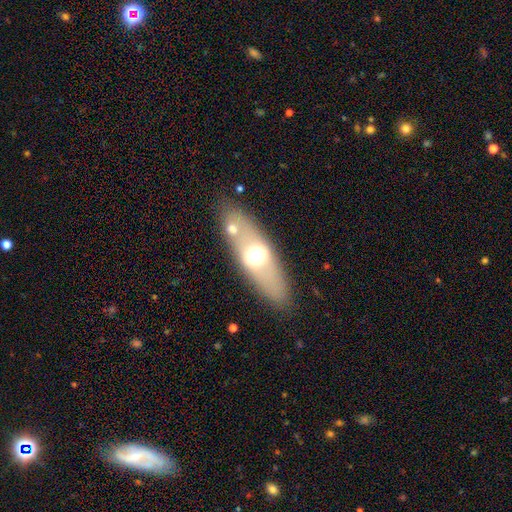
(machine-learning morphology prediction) The model was most divided on "smooth or featured": smooth: 52%, featured or disk: 39%, star or artifact: 9%. More confident: merging — none (77%); how rounded — in between (58%).